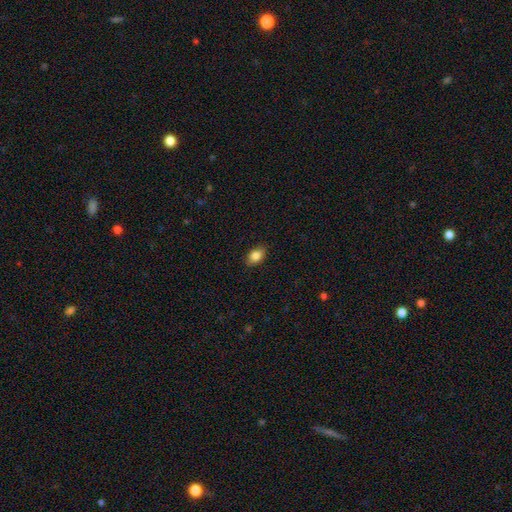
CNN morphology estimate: Smooth or featured?
  - smooth: 85% *
  - star or artifact: 8%
  - featured or disk: 7%
How rounded?
  - in between: 85% *
  - round: 13%
  - cigar-shaped: 2%
Merging?
  - none: 88% *
  - minor disturbance: 9%
  - major disturbance: 2%
  - merger: 1%